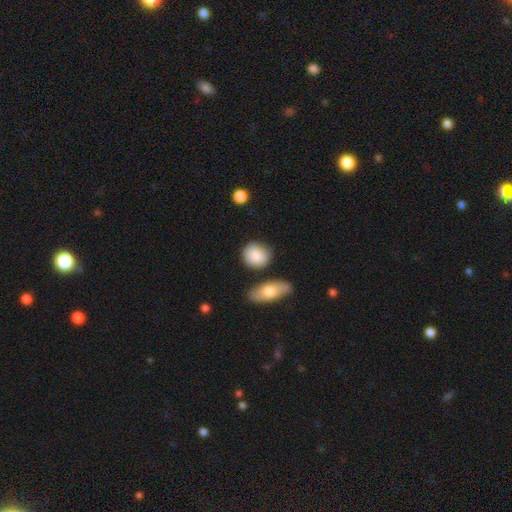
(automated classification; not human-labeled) Morphology: type=smooth (87%); roundness=round (65%); merging=none (74%).